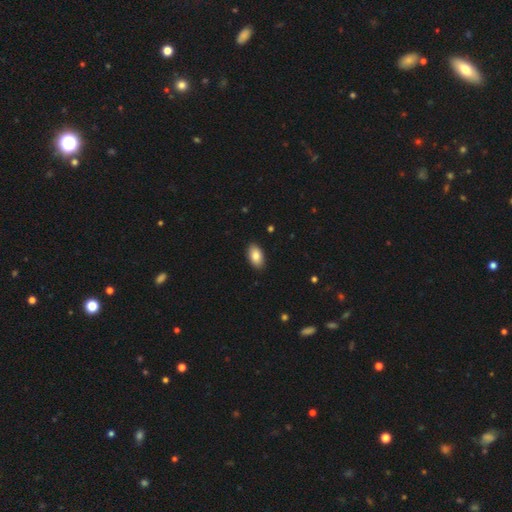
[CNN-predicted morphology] Smooth or featured? smooth (85%)
How rounded? in between (94%)
Merging? none (89%)